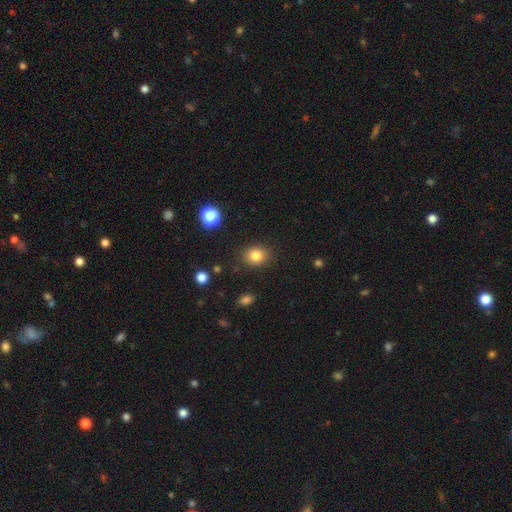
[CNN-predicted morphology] Smooth or featured?
  - smooth: 83% *
  - star or artifact: 11%
  - featured or disk: 6%
How rounded?
  - round: 58% *
  - in between: 41%
  - cigar-shaped: 1%
Merging?
  - none: 87% *
  - minor disturbance: 9%
  - major disturbance: 3%
  - merger: 2%